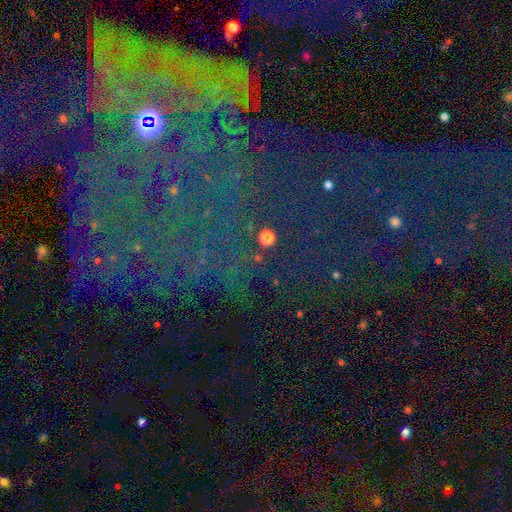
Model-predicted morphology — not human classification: Overall: star or artifact (66%).